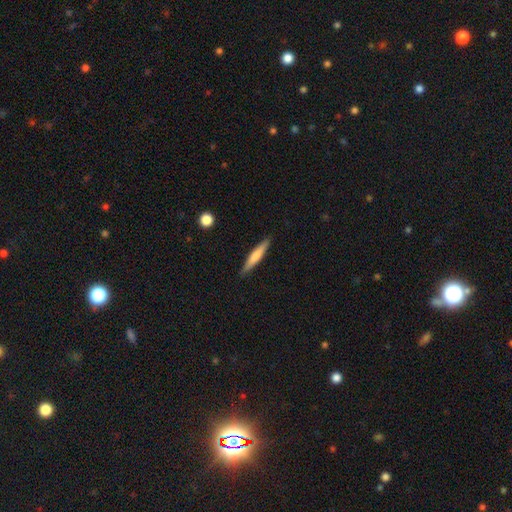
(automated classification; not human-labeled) Smooth or featured? Predicted: smooth (p=0.59). How rounded? Predicted: cigar-shaped (p=0.92). Merging? Predicted: none (p=0.90).